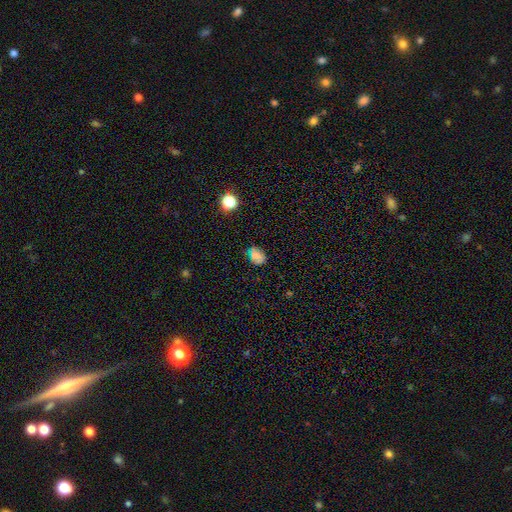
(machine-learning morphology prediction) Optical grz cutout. It shows a smooth galaxy with no disk features (69%) that is in between round and cigar-shaped (64%). Merging: none (76%).